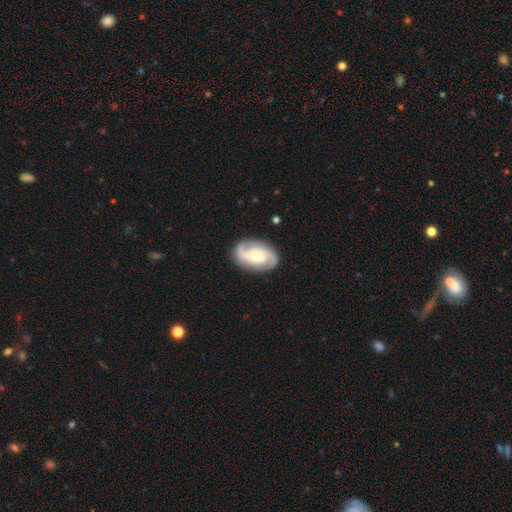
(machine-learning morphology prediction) smooth-or-featured: featured or disk: 86% | smooth: 10% | star or artifact: 5%
  disk-edge-on: no: 97% | yes: 3%
    bar: no: 44% | weak: 41% | strong: 16%
    has-spiral-arms: yes: 97% | no: 3%
      spiral-winding: medium: 50% | tight: 29% | loose: 21%
      spiral-arm-count: 2: 87% | 3: 4% | can't tell: 4% | 1: 2% | 4: 1% | more than 4: 1%
    bulge-size: moderate: 50% | small: 40% | large: 7% | none: 3% | dominant: 1%
  merging: none: 83% | minor disturbance: 12% | major disturbance: 4% | merger: 1%